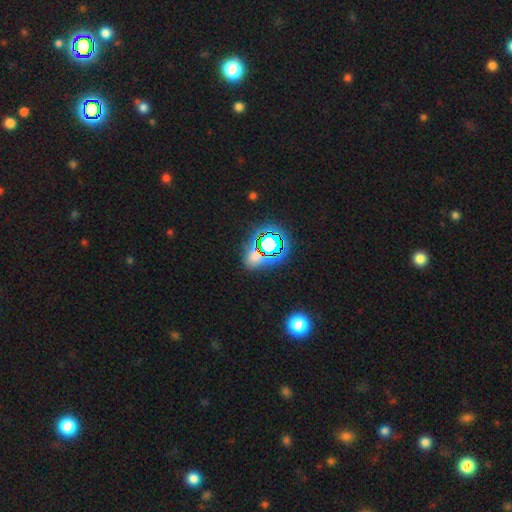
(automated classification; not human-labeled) smooth_or_featured: star or artifact (p=0.59) [alt: smooth p=0.31]